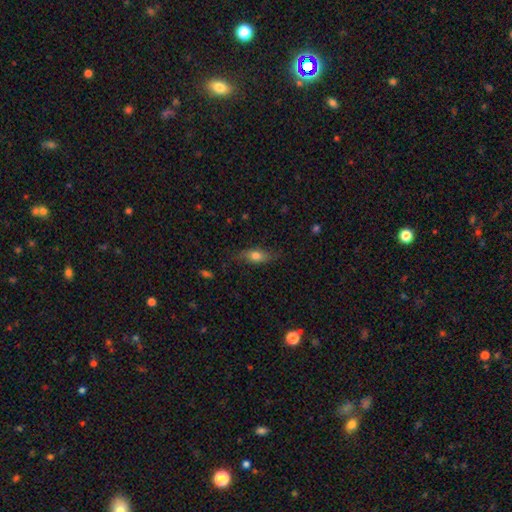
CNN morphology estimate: Smooth or featured? Predicted: smooth (p=0.68). How rounded? Predicted: in between (p=0.72). Merging? Predicted: none (p=0.73).